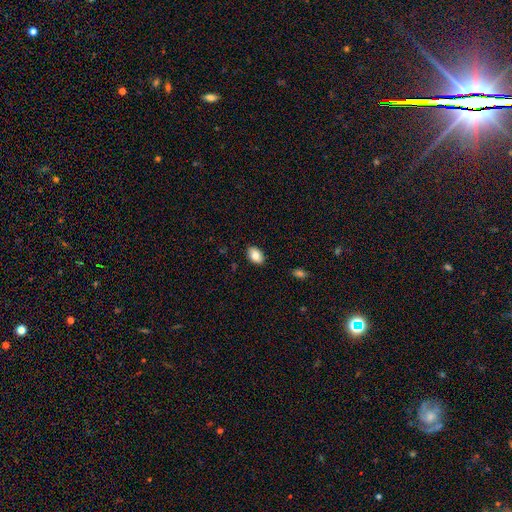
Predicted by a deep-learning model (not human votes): Smooth or featured? smooth (83%)
How rounded? in between (88%)
Merging? none (87%)